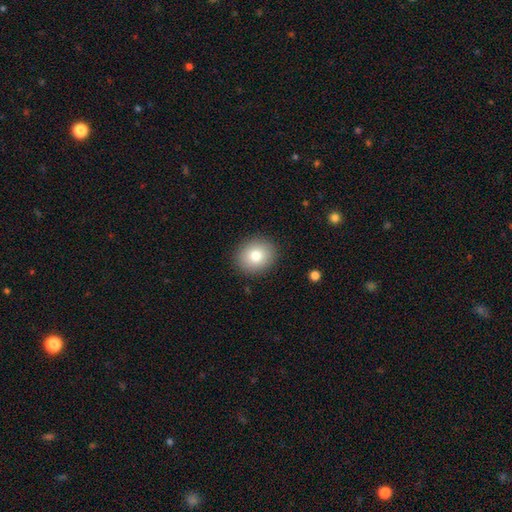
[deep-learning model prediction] Morphology: type=smooth (80%); roundness=round (70%); merging=none (90%).